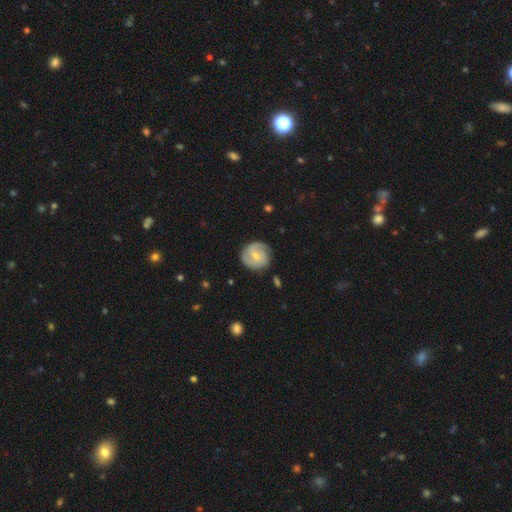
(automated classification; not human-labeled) featured or disk 76%, smooth 19%, star or artifact 5%. Down the decision tree: edge-on disk — no (98%); bar — weak (51%); spiral arms — yes (94%); spiral arm count — 2 (61%); spiral winding — tight (50%); bulge size — small (60%); merging — none (78%).